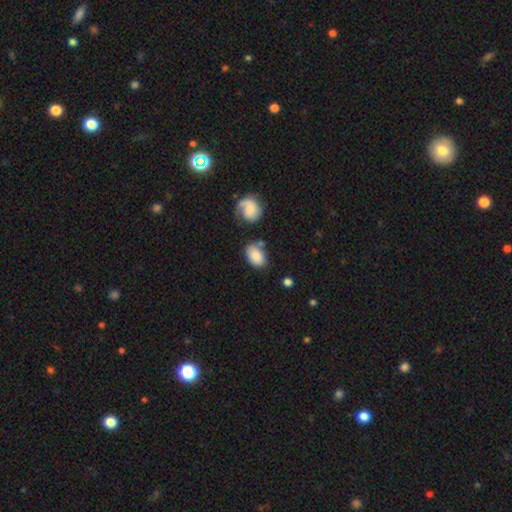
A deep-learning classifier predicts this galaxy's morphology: A smooth galaxy with no disk features (81%) that is in between round and cigar-shaped (83%). Merging: none (67%).